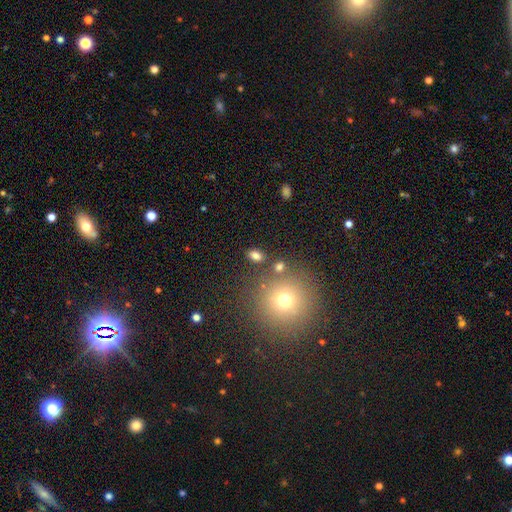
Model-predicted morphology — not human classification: The model was most divided on "how rounded": in between: 76%, round: 21%, cigar-shaped: 3%. More confident: merging — none (80%); smooth or featured — smooth (78%).